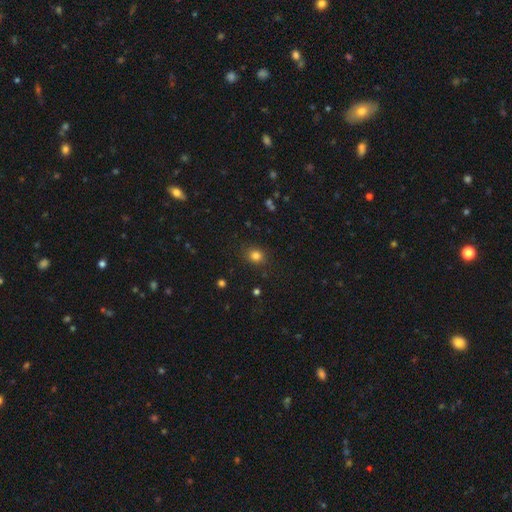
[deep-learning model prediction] smooth 82%, star or artifact 13%, featured or disk 5%. Down the decision tree: how rounded — round (71%); merging — none (86%).